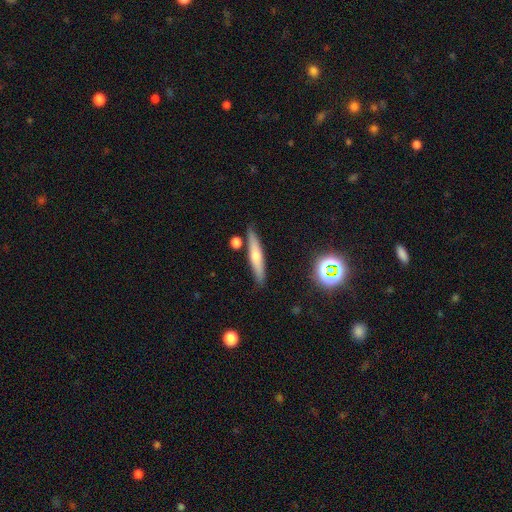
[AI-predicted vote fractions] A smooth galaxy with no disk features (47%).

Vote fractions:
- Smooth or featured? smooth: 47% / featured or disk: 43% / star or artifact: 10%
- Merging? none: 84% / minor disturbance: 9% / merger: 4% / major disturbance: 2%